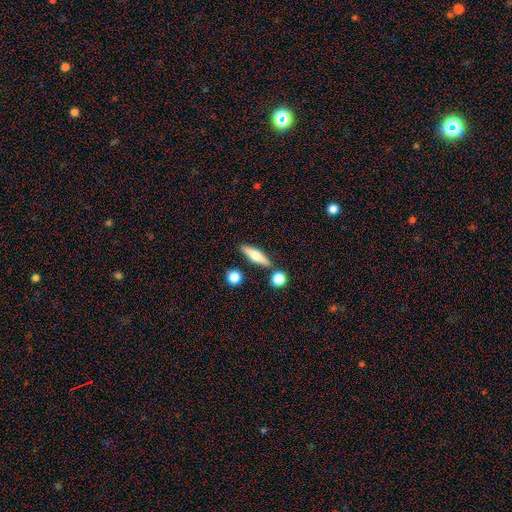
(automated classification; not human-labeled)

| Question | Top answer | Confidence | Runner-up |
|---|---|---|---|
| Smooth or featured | smooth | 59% | featured or disk (34%) |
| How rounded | cigar-shaped | 70% | in between (26%) |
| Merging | none | 82% | minor disturbance (9%) |